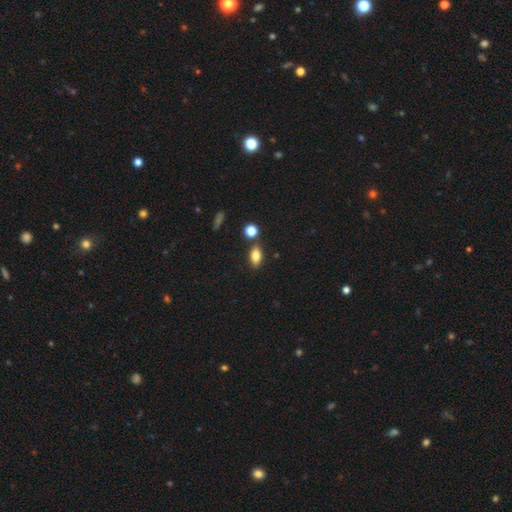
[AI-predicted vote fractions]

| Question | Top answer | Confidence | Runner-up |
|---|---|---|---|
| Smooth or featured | smooth | 78% | featured or disk (12%) |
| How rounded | in between | 83% | round (9%) |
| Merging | none | 78% | minor disturbance (11%) |